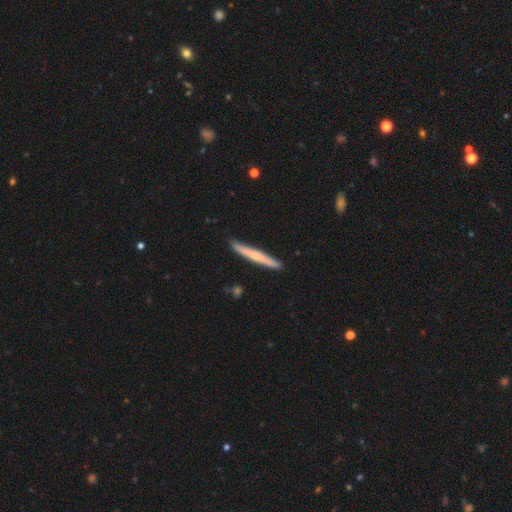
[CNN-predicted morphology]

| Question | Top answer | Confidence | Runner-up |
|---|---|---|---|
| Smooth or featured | smooth | 51% | featured or disk (44%) |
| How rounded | cigar-shaped | 96% | in between (2%) |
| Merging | none | 90% | minor disturbance (7%) |